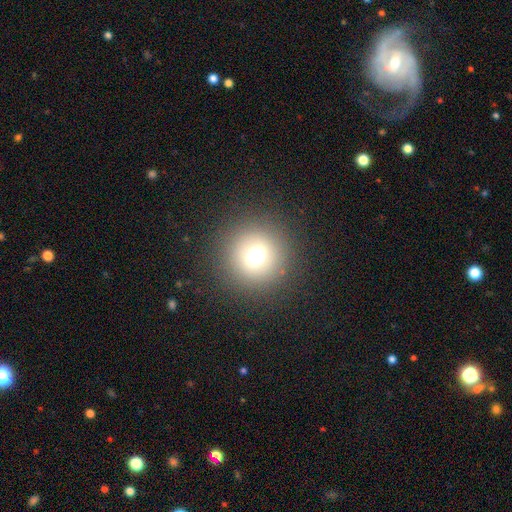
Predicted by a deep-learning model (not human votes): smooth_or_featured: smooth (p=0.60) [alt: featured or disk p=0.22]
how_rounded: round (p=0.88) [alt: in between p=0.11]
merging: none (p=0.85) [alt: minor disturbance p=0.08]